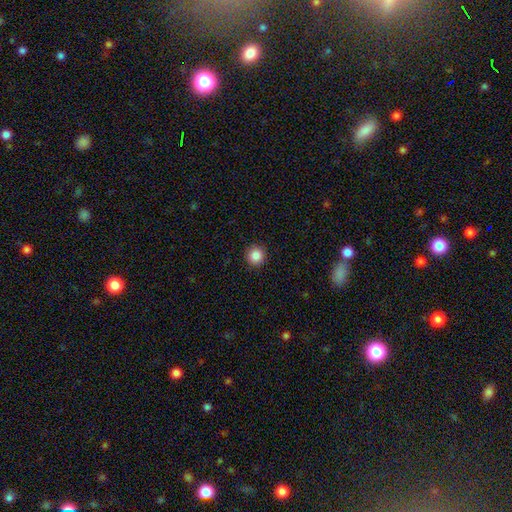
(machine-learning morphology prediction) type=smooth (87%); roundness=round (95%); merging=none (92%).